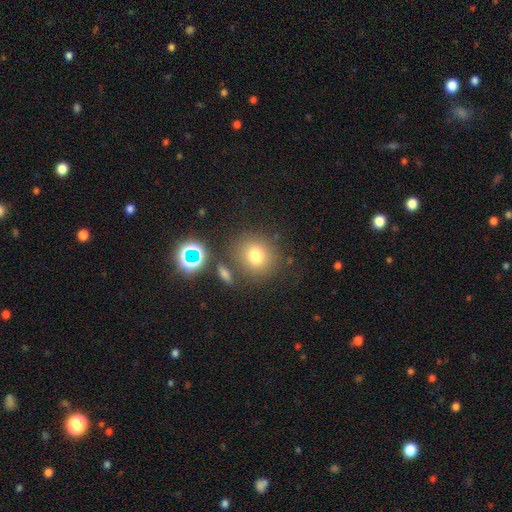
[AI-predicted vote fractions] Smooth or featured: smooth — 74% (star or artifact — 16%)
How rounded: round — 80% (in between — 19%)
Merging: none — 77% (minor disturbance — 11%)